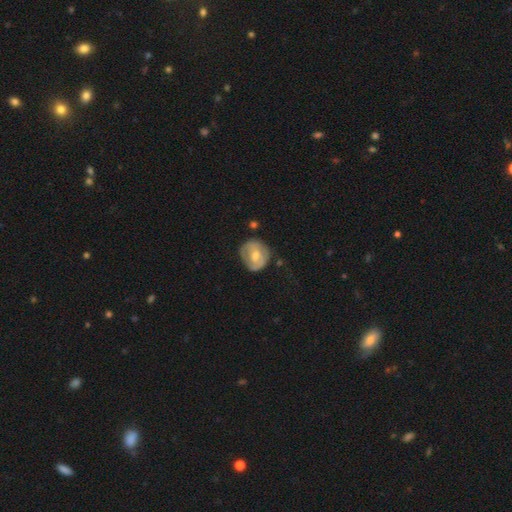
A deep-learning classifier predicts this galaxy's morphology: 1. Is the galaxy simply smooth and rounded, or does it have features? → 53% featured or disk, 41% smooth, 6% star or artifact.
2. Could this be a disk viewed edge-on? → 96% no, 4% yes.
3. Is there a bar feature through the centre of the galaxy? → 45% weak, 41% no, 14% strong.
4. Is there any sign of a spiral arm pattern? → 51% yes, 49% no.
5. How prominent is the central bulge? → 62% moderate, 29% small, 5% large, 3% none, 1% dominant.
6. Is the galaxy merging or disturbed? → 66% none, 23% minor disturbance, 8% major disturbance, 3% merger.